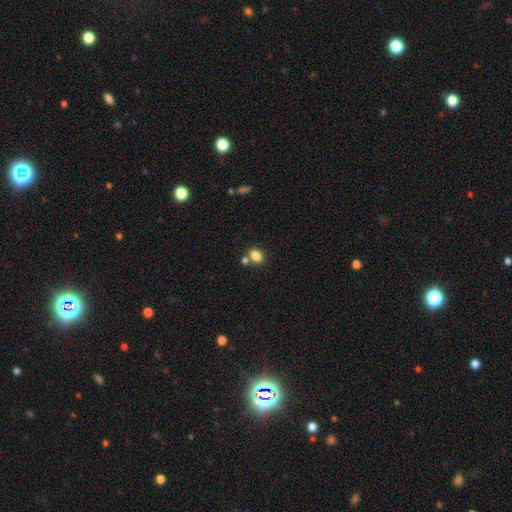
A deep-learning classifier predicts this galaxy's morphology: The model was most divided on "how rounded": in between: 66%, round: 33%, cigar-shaped: 1%. More confident: smooth or featured — smooth (84%); merging — none (64%).